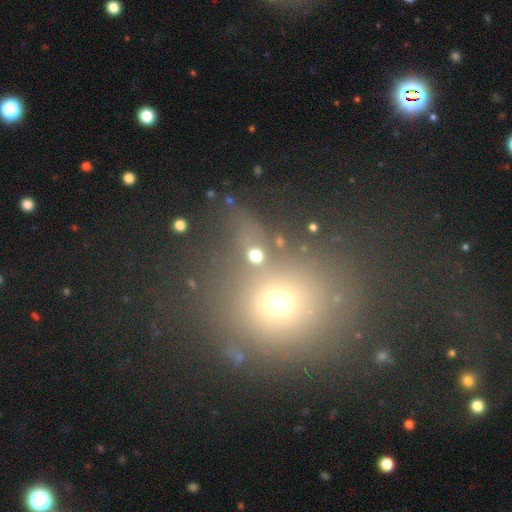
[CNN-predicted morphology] type=smooth (63%); roundness=round (70%); merging=none (59%).